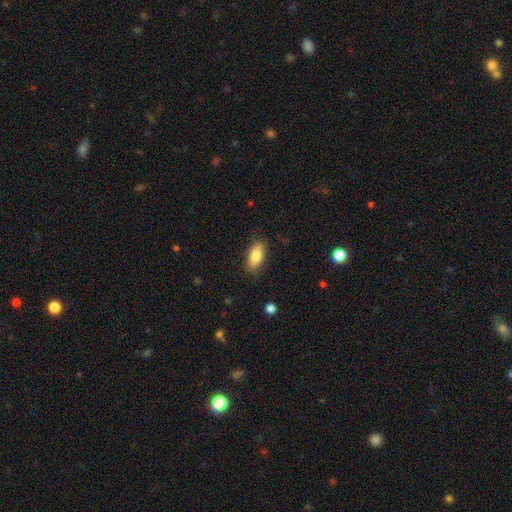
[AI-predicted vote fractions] smooth 83%, featured or disk 10%, star or artifact 7%. Down the decision tree: how rounded — in between (87%); merging — none (85%).